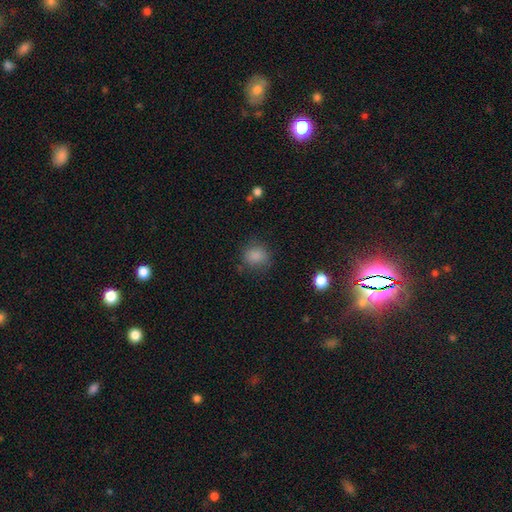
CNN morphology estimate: A smooth galaxy with no disk features (84%) that is round (72%). Merging: none (76%).